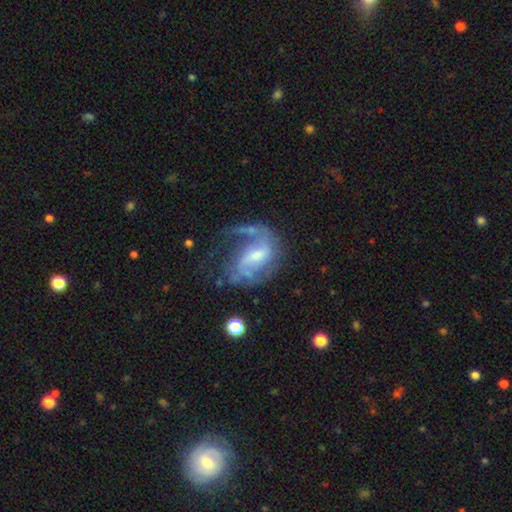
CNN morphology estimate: smooth_or_featured: featured or disk (p=0.82) [alt: smooth p=0.11]
disk_edge_on: no (p=0.97) [alt: yes p=0.03]
bar: weak (p=0.53) [alt: no p=0.24]
has_spiral_arms: yes (p=0.92) [alt: no p=0.08]
spiral_winding: medium (p=0.46) [alt: loose p=0.35]
spiral_arm_count: 2 (p=0.58) [alt: 1 p=0.22]
bulge_size: small (p=0.45) [alt: moderate p=0.40]
merging: none (p=0.44) [alt: major disturbance p=0.29]